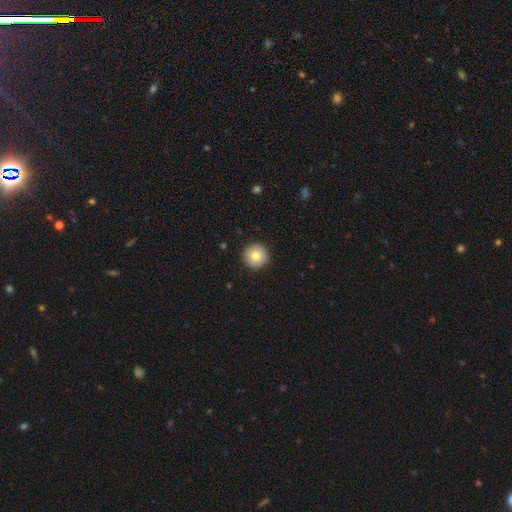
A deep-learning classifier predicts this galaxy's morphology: Smooth or featured? Predicted: smooth (p=0.81). How rounded? Predicted: round (p=0.97). Merging? Predicted: none (p=0.94).